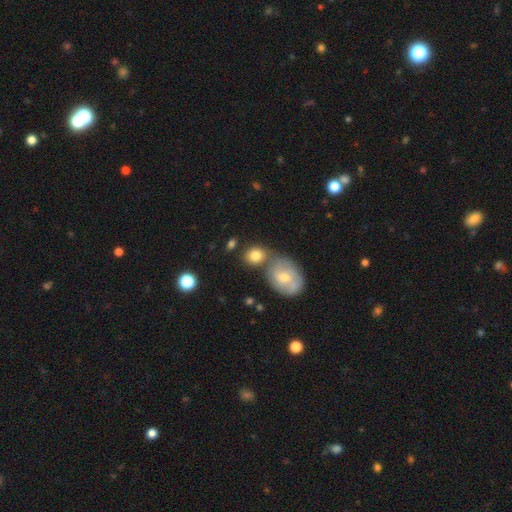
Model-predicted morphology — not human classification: Smooth or featured? smooth (80%)
How rounded? round (64%)
Merging? none (52%)